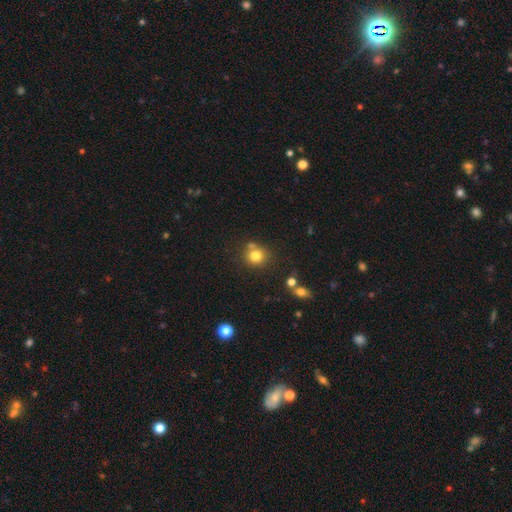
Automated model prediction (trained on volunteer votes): Overall: smooth (79%). How rounded: round (87%). Merging: none (68%).